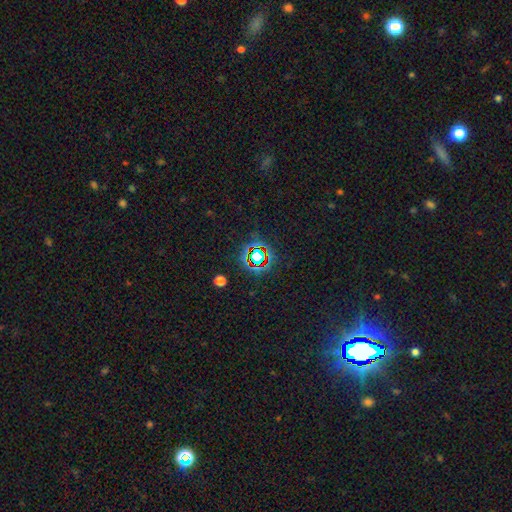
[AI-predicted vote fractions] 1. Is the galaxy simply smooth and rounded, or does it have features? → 72% star or artifact, 17% smooth, 11% featured or disk.